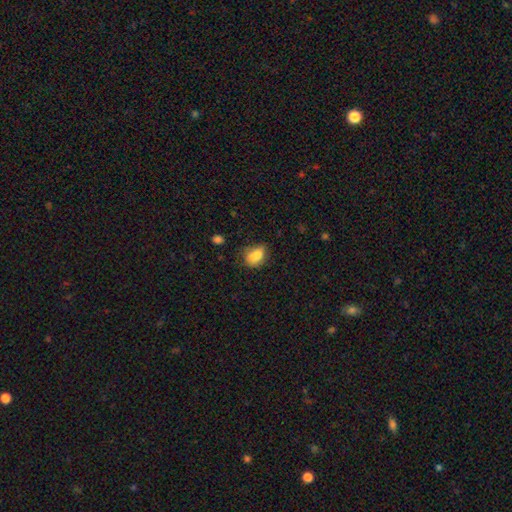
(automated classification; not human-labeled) Smooth or featured: smooth — 80% (featured or disk — 11%)
How rounded: in between — 76% (round — 21%)
Merging: none — 52% (minor disturbance — 28%)